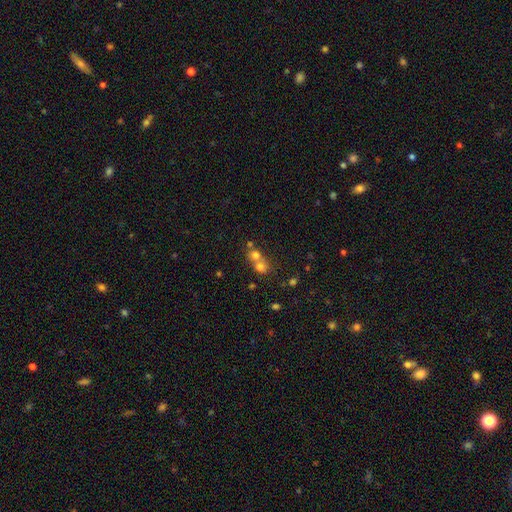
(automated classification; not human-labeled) The model was most divided on "merging": merger: 62%, none: 31%, minor disturbance: 4%, major disturbance: 2%. More confident: how rounded — round (80%); smooth or featured — smooth (70%).